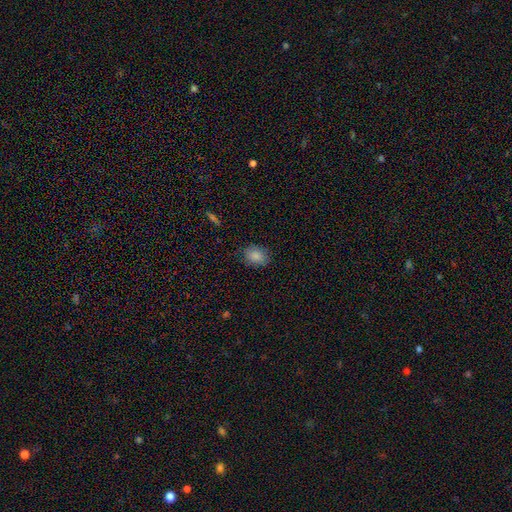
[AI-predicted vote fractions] Overall: smooth (87%). How rounded: in between (69%; round 30%). Merging: none (82%).